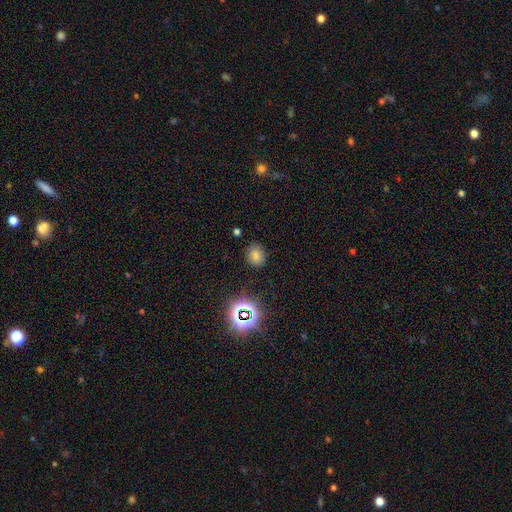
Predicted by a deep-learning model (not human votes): Q: Smooth or featured?
A: smooth (61%); runner-up: star or artifact (32%)
Q: How rounded?
A: round (63%); runner-up: in between (36%)
Q: Merging?
A: none (85%); runner-up: minor disturbance (10%)